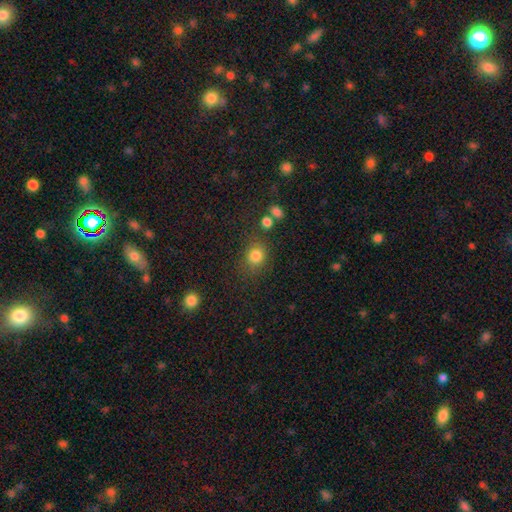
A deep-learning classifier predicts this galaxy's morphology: smooth-or-featured: smooth: 82% | star or artifact: 12% | featured or disk: 6%
  how-rounded: round: 72% | in between: 27% | cigar-shaped: 1%
  merging: none: 74% | minor disturbance: 13% | merger: 6% | major disturbance: 6%